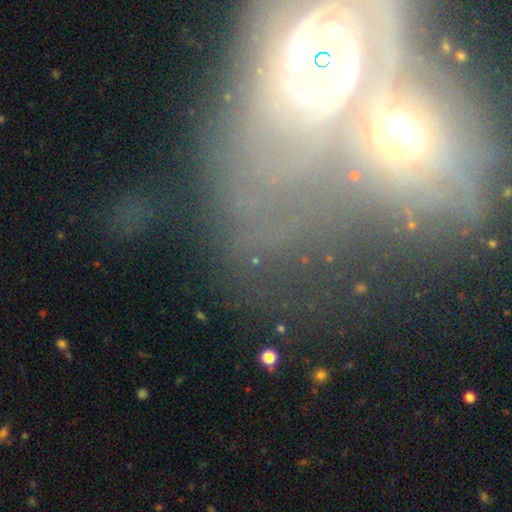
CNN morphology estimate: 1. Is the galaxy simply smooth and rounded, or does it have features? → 52% featured or disk, 25% star or artifact, 23% smooth.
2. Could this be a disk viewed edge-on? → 82% no, 18% yes.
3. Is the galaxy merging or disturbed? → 48% none, 20% merger, 16% major disturbance, 16% minor disturbance.